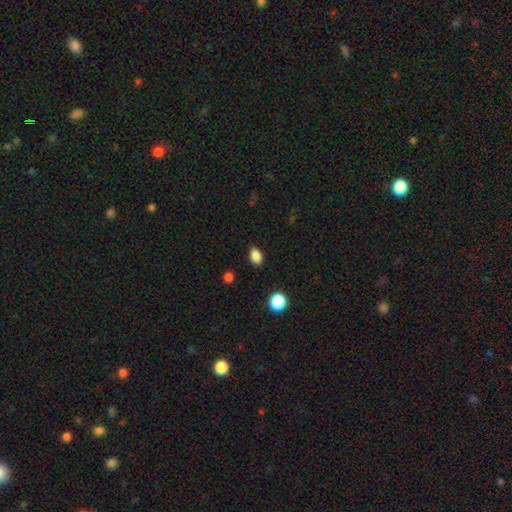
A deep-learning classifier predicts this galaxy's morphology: A smooth galaxy with no disk features (86%) that is in between round and cigar-shaped (82%).

Vote fractions:
- Smooth or featured? smooth: 86% / star or artifact: 10% / featured or disk: 4%
- How rounded? in between: 82% / round: 17% / cigar-shaped: 1%
- Merging? none: 86% / minor disturbance: 10% / major disturbance: 2% / merger: 1%